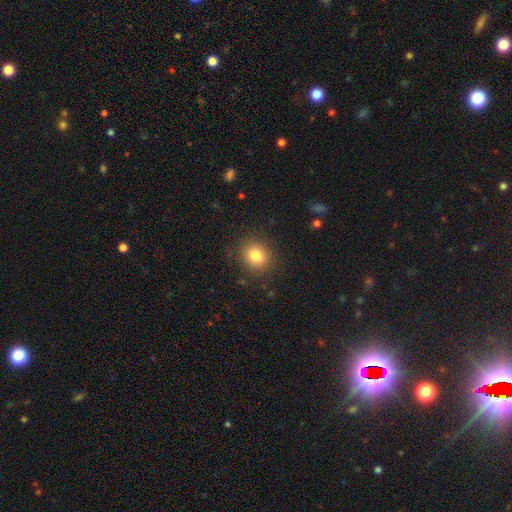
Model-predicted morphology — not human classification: Overall: smooth (80%). How rounded: round (81%). Merging: none (88%).